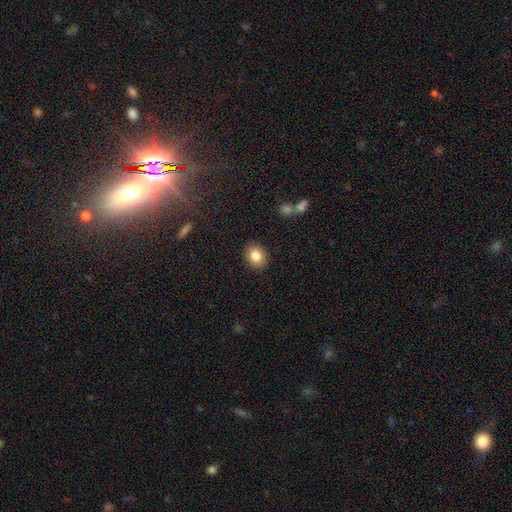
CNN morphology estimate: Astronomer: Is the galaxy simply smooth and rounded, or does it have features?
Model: smooth — 82%.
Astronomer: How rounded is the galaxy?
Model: round — 59% (runner-up: in between, 40%).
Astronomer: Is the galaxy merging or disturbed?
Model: none — 89%.